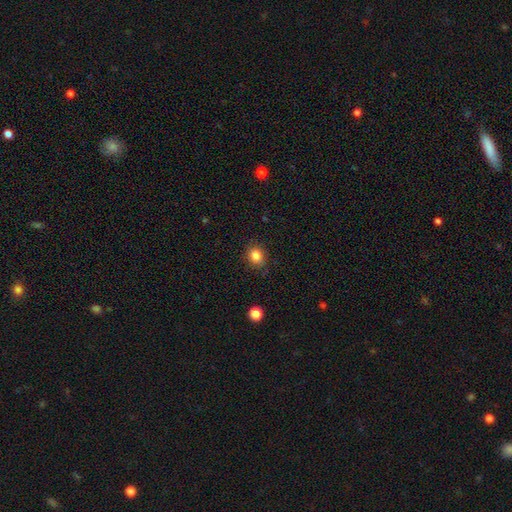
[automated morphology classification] This appears to be a smooth galaxy with no disk features (84%) that is round (67%). Merging: none (85%).